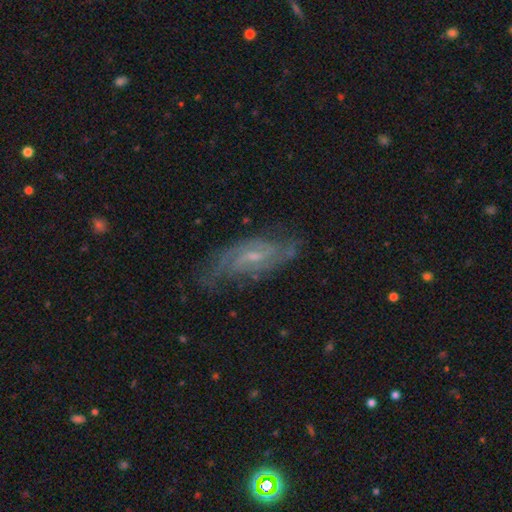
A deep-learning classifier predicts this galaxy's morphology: This appears to be a featured or disk galaxy (82%) with a weak bar (55%), 2 (61%) medium (47%) spiral arms (95%) and a small central bulge (64%). Merging: none (70%).